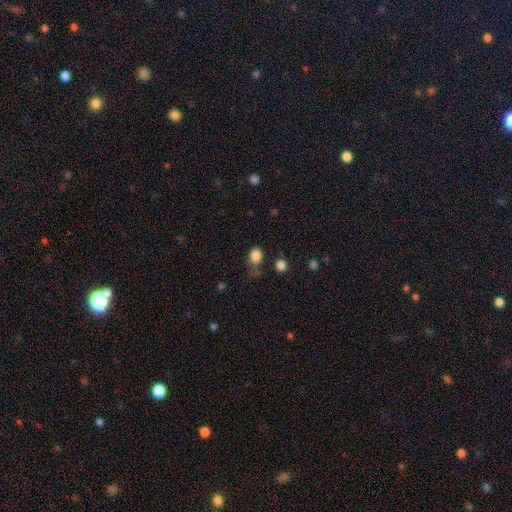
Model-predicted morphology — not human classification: Q: Smooth or featured?
A: smooth (85%); runner-up: star or artifact (11%)
Q: How rounded?
A: in between (60%); runner-up: round (39%)
Q: Merging?
A: none (61%); runner-up: minor disturbance (23%)